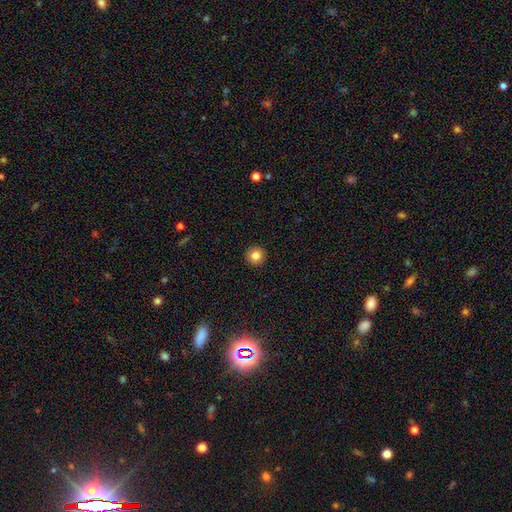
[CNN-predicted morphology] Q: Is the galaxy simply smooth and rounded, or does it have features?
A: smooth — 83%.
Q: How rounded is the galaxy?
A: round — 96%.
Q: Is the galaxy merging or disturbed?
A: none — 93%.